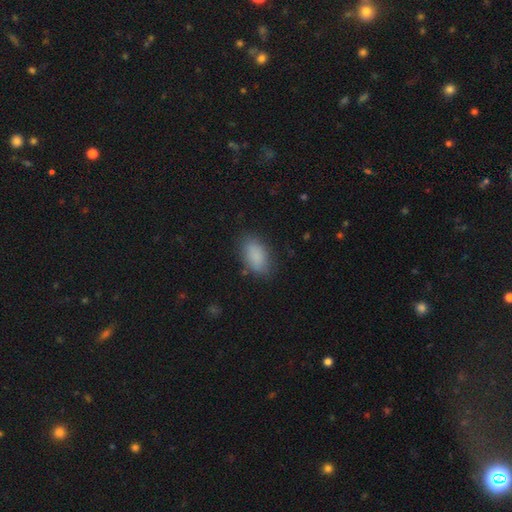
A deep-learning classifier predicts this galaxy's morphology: The model was most divided on "merging": none: 81%, minor disturbance: 13%, major disturbance: 4%, merger: 1%. More confident: how rounded — in between (92%); smooth or featured — smooth (87%).